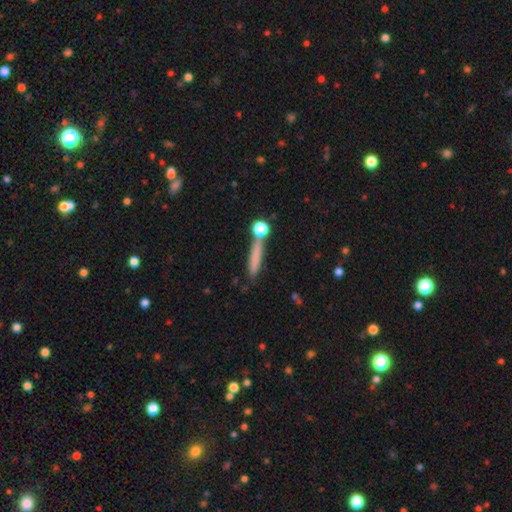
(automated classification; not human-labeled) Smooth or featured? Predicted: smooth (p=0.69). How rounded? Predicted: cigar-shaped (p=0.89). Merging? Predicted: none (p=0.71).